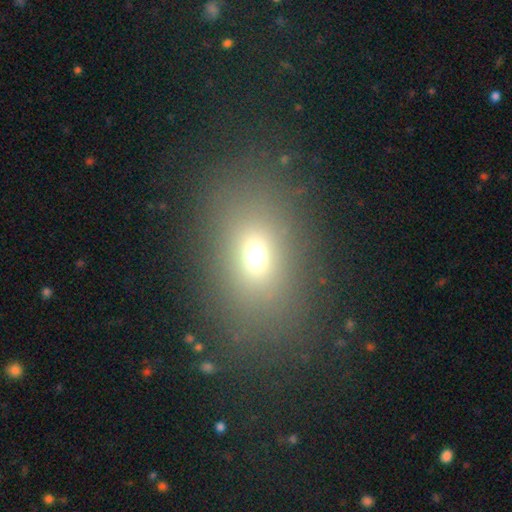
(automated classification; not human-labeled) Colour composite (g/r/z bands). It shows a smooth galaxy with no disk features (66%) that is in between round and cigar-shaped (73%). Merging: none (82%).